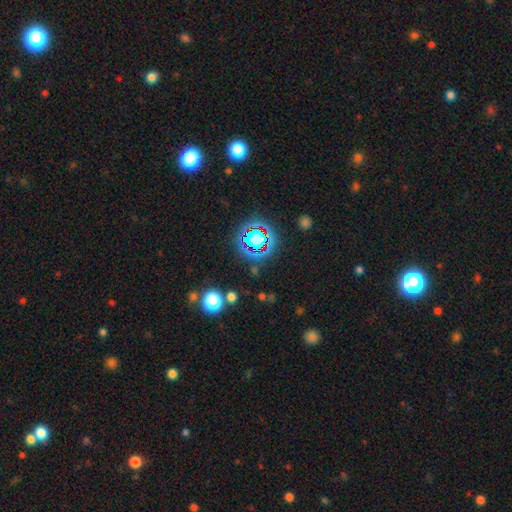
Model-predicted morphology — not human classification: A star or artifact, not a galaxy (76%).

Vote fractions:
- Smooth or featured? star or artifact: 76% / smooth: 14% / featured or disk: 10%